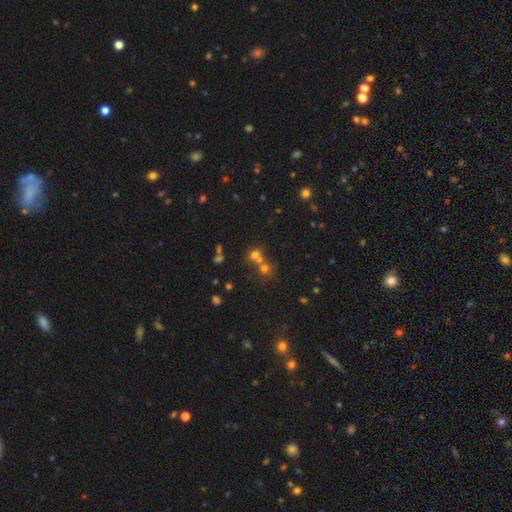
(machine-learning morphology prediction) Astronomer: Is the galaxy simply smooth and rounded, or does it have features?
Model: smooth — 53% (runner-up: star or artifact, 33%).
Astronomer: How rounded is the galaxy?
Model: round — 82%.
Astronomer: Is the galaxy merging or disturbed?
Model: none — 46% (runner-up: merger, 45%).